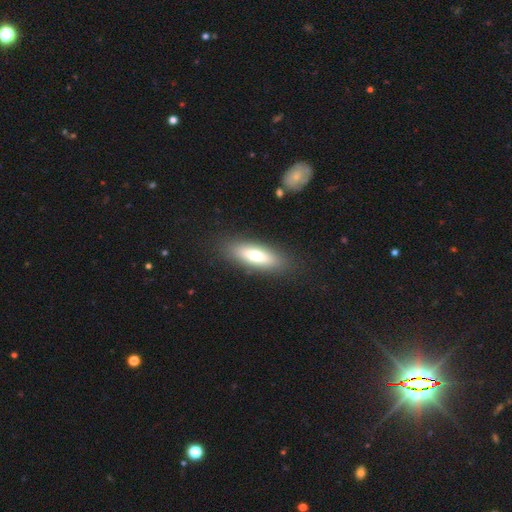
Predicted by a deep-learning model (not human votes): Smooth or featured?
  - smooth: 70% *
  - featured or disk: 23%
  - star or artifact: 7%
How rounded?
  - in between: 54% *
  - cigar-shaped: 44%
  - round: 2%
Merging?
  - none: 86% *
  - minor disturbance: 9%
  - major disturbance: 3%
  - merger: 2%